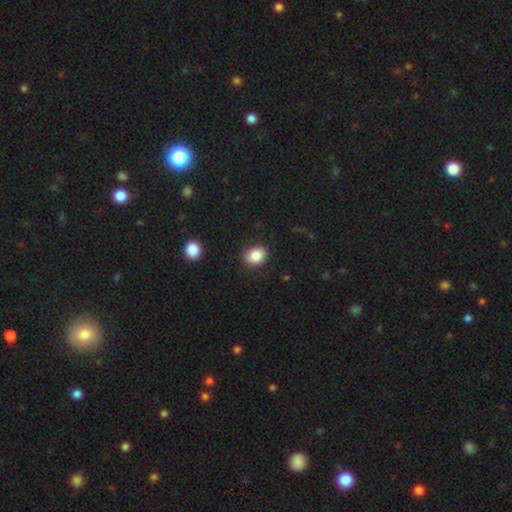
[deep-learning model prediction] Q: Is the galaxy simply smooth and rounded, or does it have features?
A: smooth — 84%.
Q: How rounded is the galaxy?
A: round — 60%.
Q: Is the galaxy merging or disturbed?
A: none — 84%.